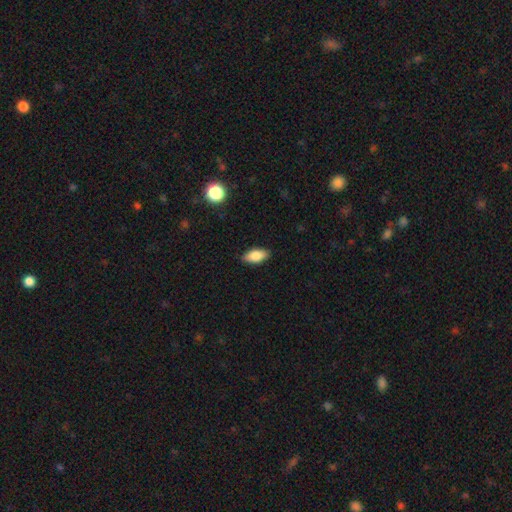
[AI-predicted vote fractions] This is clearly a smooth galaxy (81%). How rounded: clearly in between (87%). Merging: clearly none (88%).